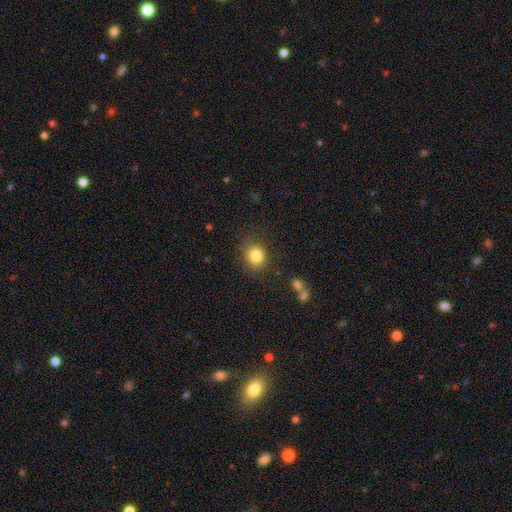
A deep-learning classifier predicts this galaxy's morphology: Smooth or featured? Predicted: smooth (p=0.84). How rounded? Predicted: round (p=0.73). Merging? Predicted: none (p=0.83).